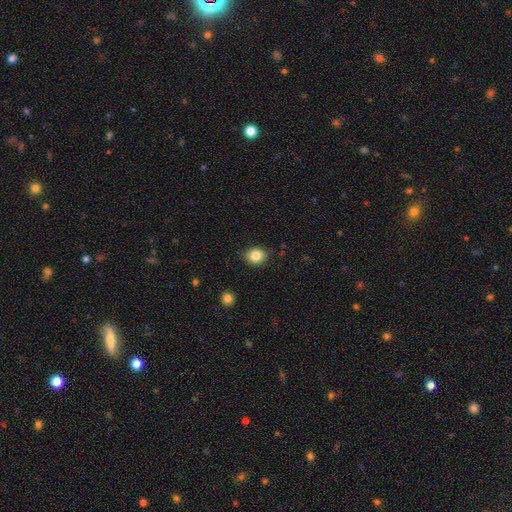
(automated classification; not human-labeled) A smooth galaxy with no disk features (84%) that is round (63%). Merging: none (85%).